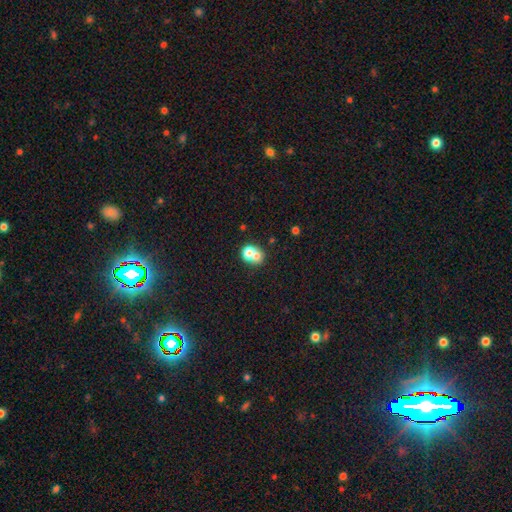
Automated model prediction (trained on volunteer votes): This is likely a smooth galaxy (69%). How rounded: likely round (71%). Merging: possibly merger (58%).